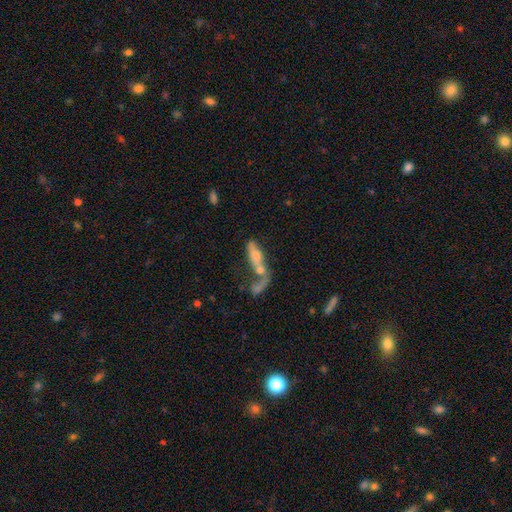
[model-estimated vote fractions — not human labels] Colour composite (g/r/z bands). It shows a smooth galaxy with no disk features (45%). Merging: merger (60%).